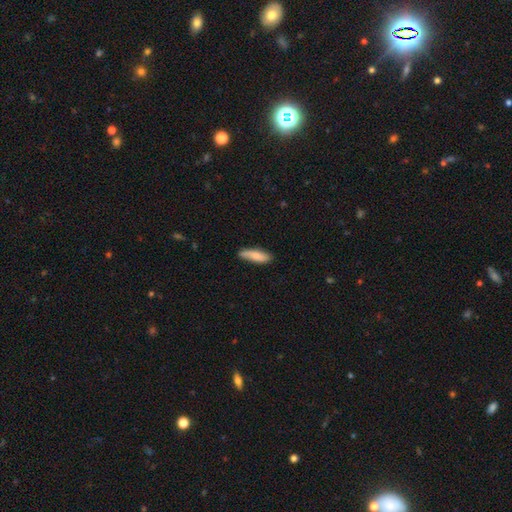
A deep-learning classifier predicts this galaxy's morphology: Overall: smooth (80%). How rounded: cigar-shaped (60%; in between 38%). Merging: none (76%).